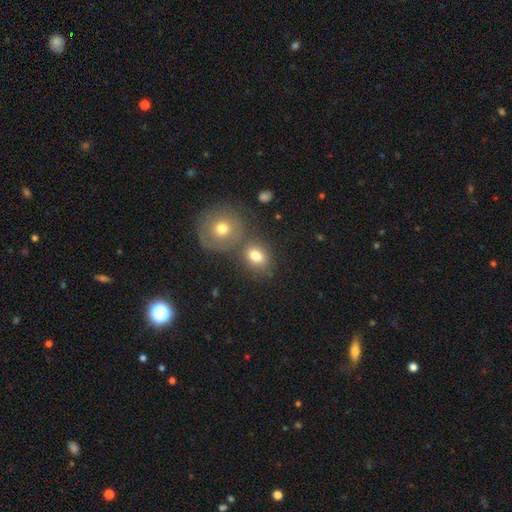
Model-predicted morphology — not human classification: Overall: smooth (77%). How rounded: in between (58%; round 41%). Merging: none (55%; merger 28%).